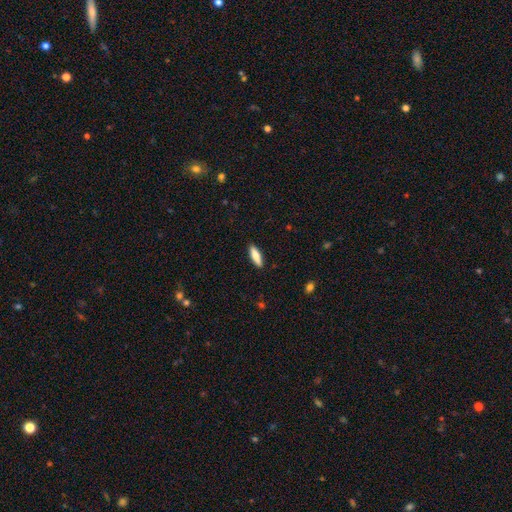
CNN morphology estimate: type=smooth (80%); roundness=cigar-shaped (58%); merging=none (90%).